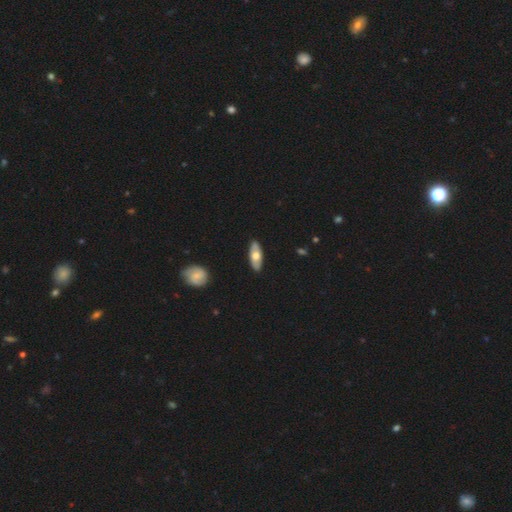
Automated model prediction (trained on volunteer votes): Q: Smooth or featured?
A: smooth (54%); runner-up: featured or disk (41%)
Q: How rounded?
A: in between (75%); runner-up: cigar-shaped (23%)
Q: Merging?
A: none (87%); runner-up: minor disturbance (10%)